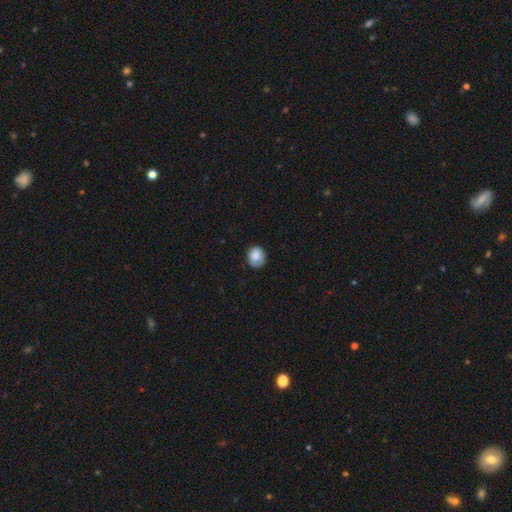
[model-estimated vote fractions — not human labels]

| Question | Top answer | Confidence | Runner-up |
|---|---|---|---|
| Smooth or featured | smooth | 83% | featured or disk (9%) |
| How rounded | round | 67% | in between (32%) |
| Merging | none | 73% | minor disturbance (21%) |